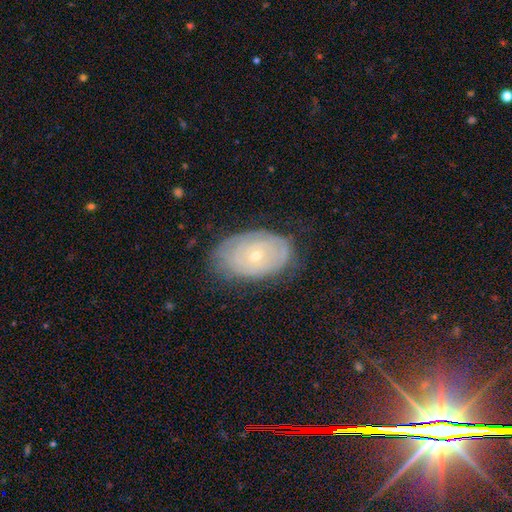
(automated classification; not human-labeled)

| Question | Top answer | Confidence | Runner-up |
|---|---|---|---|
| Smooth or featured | featured or disk | 64% | smooth (28%) |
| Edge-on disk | no | 94% | yes (6%) |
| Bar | no | 86% | weak (11%) |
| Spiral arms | yes | 67% | no (33%) |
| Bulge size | small | 73% | moderate (24%) |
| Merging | none | 72% | minor disturbance (20%) |